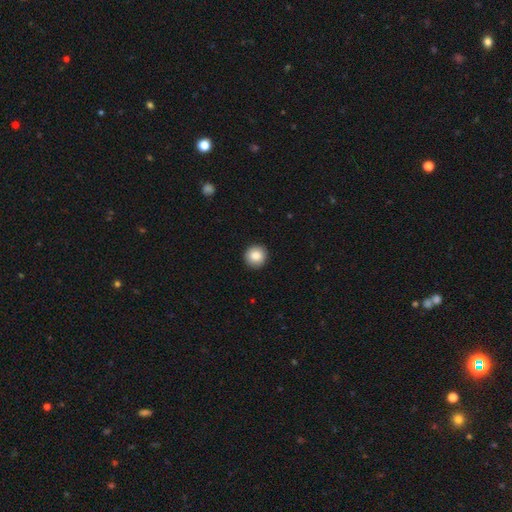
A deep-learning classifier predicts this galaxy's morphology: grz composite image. It shows a smooth galaxy with no disk features (87%) that is round (93%). Merging: none (92%).